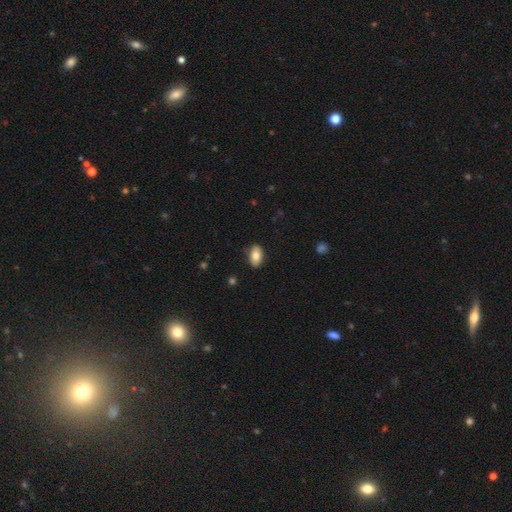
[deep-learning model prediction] Morphology: type=smooth (82%); roundness=in between (91%); merging=none (85%).